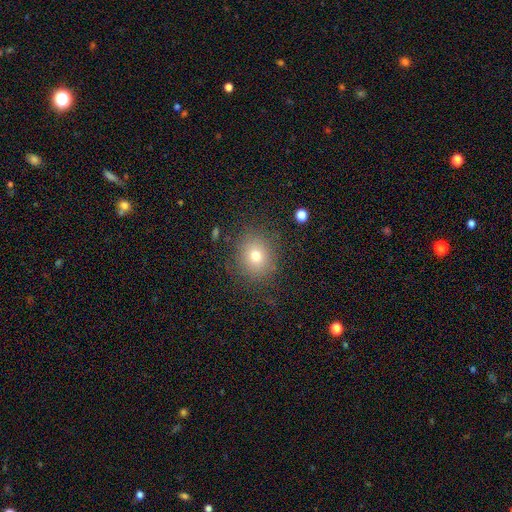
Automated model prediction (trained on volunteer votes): The model was most divided on "how rounded": round: 75%, in between: 24%, cigar-shaped: 1%. More confident: merging — none (83%); smooth or featured — smooth (72%).